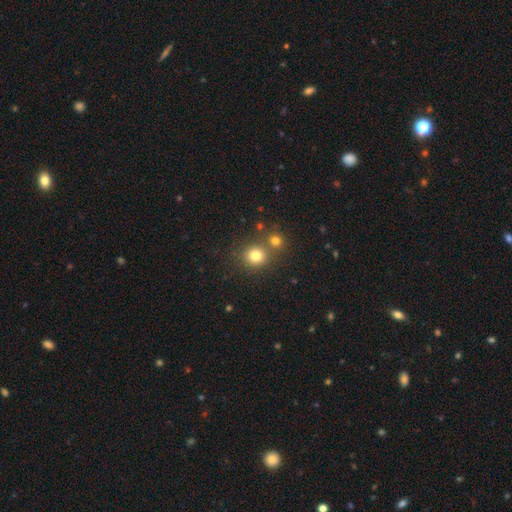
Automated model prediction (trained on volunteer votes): smooth 78%, star or artifact 15%, featured or disk 8%. Down the decision tree: how rounded — round (88%); merging — none (69%).